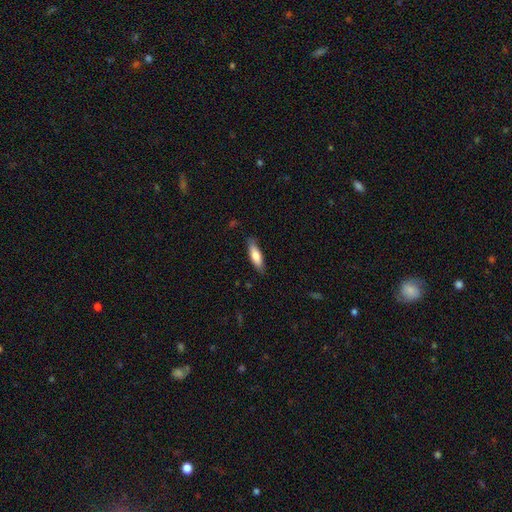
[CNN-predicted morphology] smooth-or-featured: smooth: 76% | featured or disk: 18% | star or artifact: 6%
  how-rounded: cigar-shaped: 55% | in between: 44% | round: 2%
  merging: none: 84% | minor disturbance: 12% | major disturbance: 2% | merger: 1%